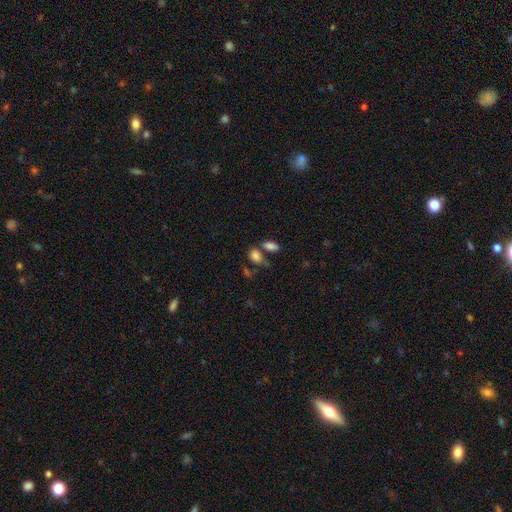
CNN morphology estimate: This is clearly a smooth galaxy (82%). How rounded: clearly in between (84%). Merging: possibly none (51%).